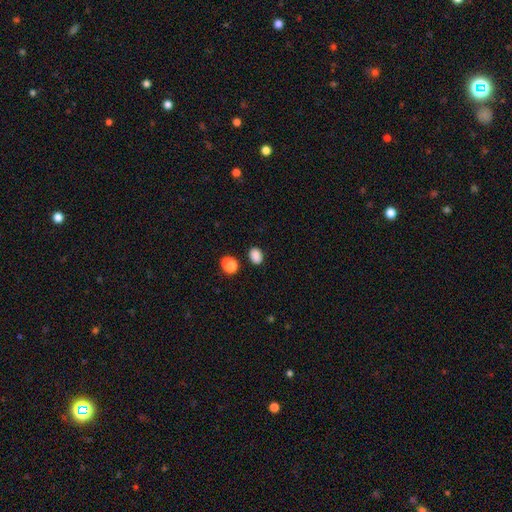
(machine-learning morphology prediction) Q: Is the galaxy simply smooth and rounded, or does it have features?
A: smooth — 85%.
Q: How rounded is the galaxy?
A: in between — 70%.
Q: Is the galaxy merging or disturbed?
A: none — 81%.